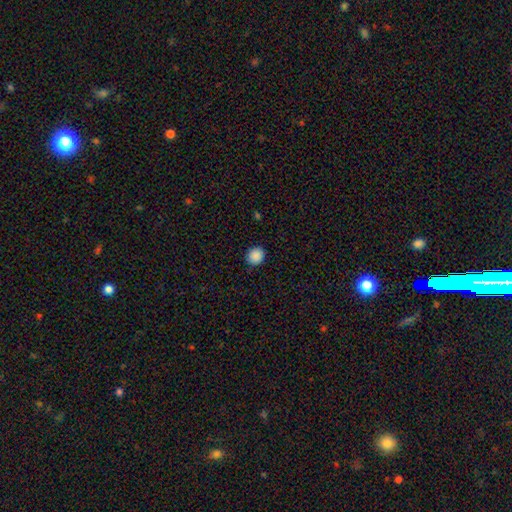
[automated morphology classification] This appears to be a smooth galaxy with no disk features (89%) that is round (82%). Merging: none (91%).